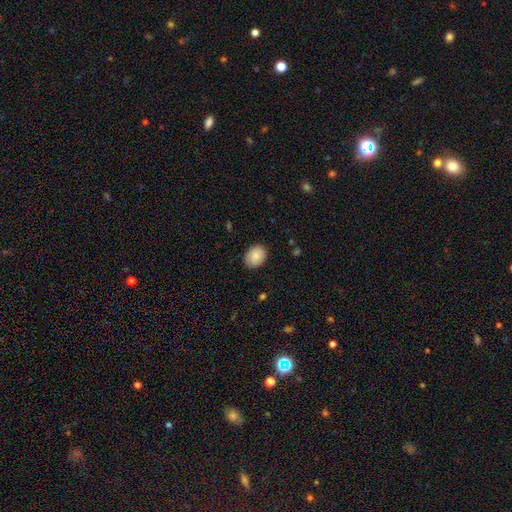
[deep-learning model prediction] The model was most divided on "how rounded": in between: 61%, round: 38%, cigar-shaped: 1%. More confident: merging — none (85%); smooth or featured — smooth (84%).